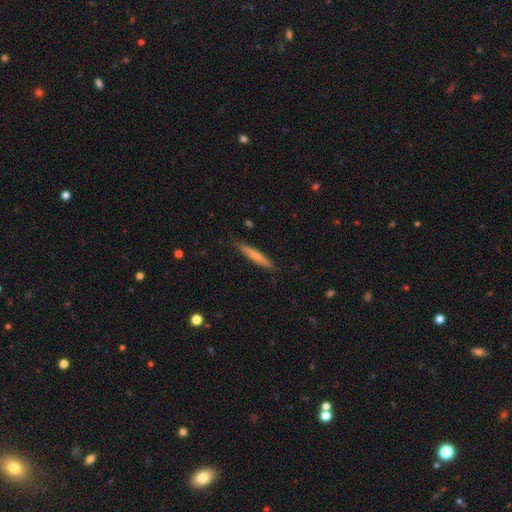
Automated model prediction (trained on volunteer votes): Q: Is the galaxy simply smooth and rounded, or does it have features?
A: smooth — 63%.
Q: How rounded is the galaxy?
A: cigar-shaped — 93%.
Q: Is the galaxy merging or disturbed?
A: none — 88%.